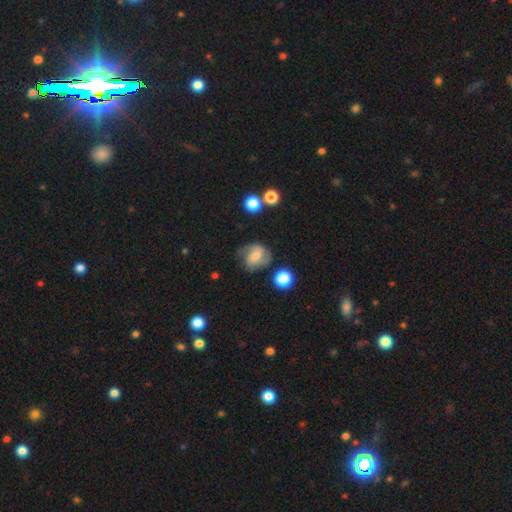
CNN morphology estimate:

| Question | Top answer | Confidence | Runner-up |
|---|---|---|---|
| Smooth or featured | featured or disk | 52% | smooth (39%) |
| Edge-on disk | no | 97% | yes (3%) |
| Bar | weak | 47% | no (34%) |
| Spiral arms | yes | 86% | no (14%) |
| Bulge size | small | 45% | moderate (41%) |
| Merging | none | 60% | minor disturbance (24%) |